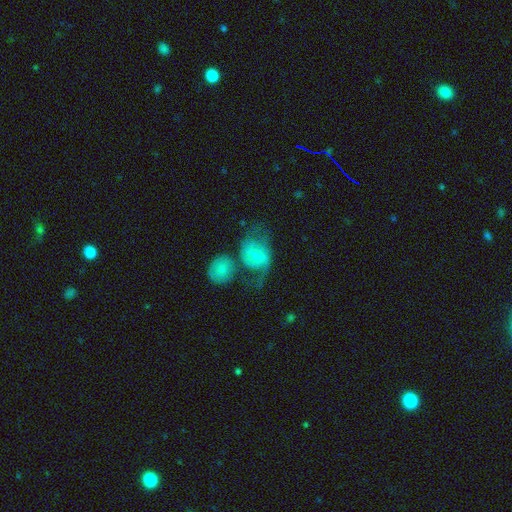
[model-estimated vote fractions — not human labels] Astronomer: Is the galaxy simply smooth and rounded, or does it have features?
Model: featured or disk — 53% (runner-up: smooth, 39%).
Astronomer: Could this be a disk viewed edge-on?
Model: no — 97%.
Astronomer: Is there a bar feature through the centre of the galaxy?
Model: no — 47% (runner-up: weak, 43%).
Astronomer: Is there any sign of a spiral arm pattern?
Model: yes — 80%.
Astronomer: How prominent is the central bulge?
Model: small — 50% (runner-up: moderate, 31%).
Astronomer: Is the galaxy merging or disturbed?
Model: none — 32% (runner-up: major disturbance, 25%).